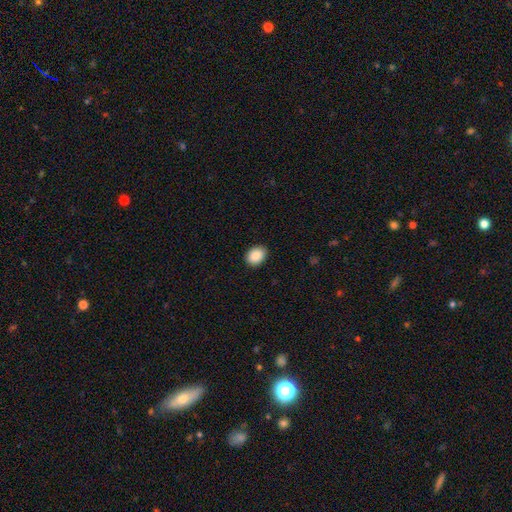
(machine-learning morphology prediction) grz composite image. It shows a smooth galaxy with no disk features (90%) that is in between round and cigar-shaped (68%). Merging: none (89%).